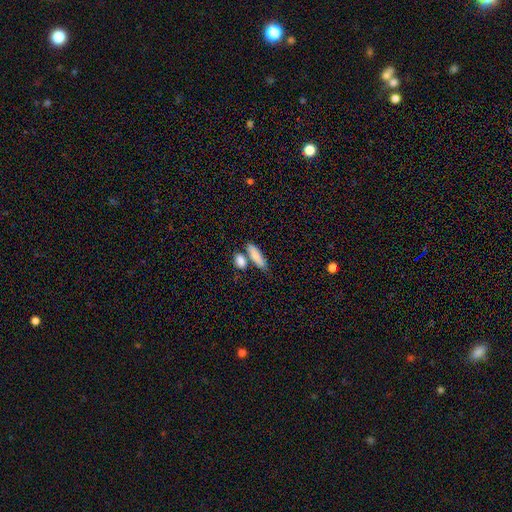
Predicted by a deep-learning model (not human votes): A smooth galaxy with no disk features (83%) that is in between round and cigar-shaped (51%).

Vote fractions:
- Smooth or featured? smooth: 83% / featured or disk: 11% / star or artifact: 6%
- How rounded? in between: 51% / cigar-shaped: 44% / round: 5%
- Merging? none: 55% / merger: 28% / minor disturbance: 13% / major disturbance: 4%